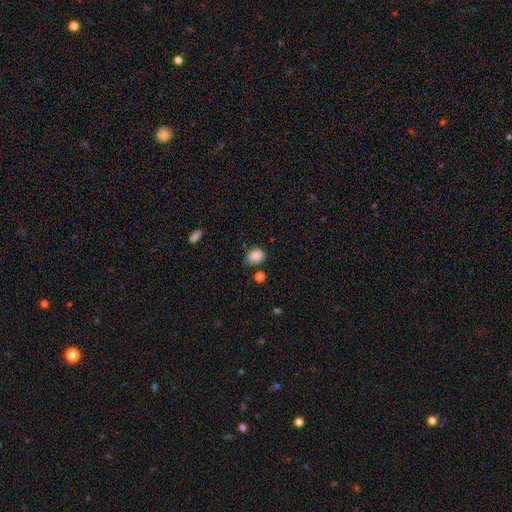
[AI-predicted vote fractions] A smooth galaxy with no disk features (86%) that is in between round and cigar-shaped (62%).

Vote fractions:
- Smooth or featured? smooth: 86% / star or artifact: 9% / featured or disk: 5%
- How rounded? in between: 62% / round: 37% / cigar-shaped: 1%
- Merging? none: 70% / minor disturbance: 22% / major disturbance: 4% / merger: 4%